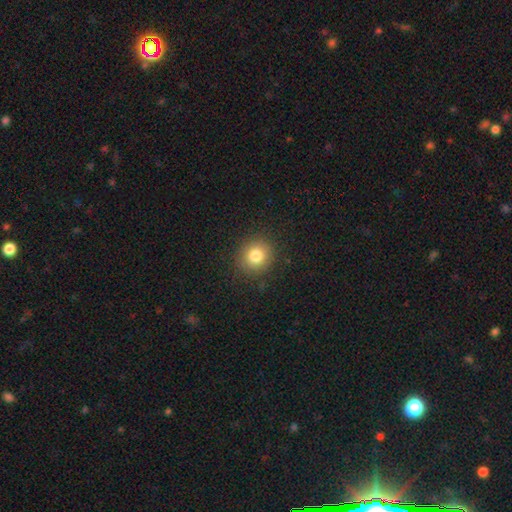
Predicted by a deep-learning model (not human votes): A smooth galaxy with no disk features (80%) that is round (85%). Merging: none (89%).